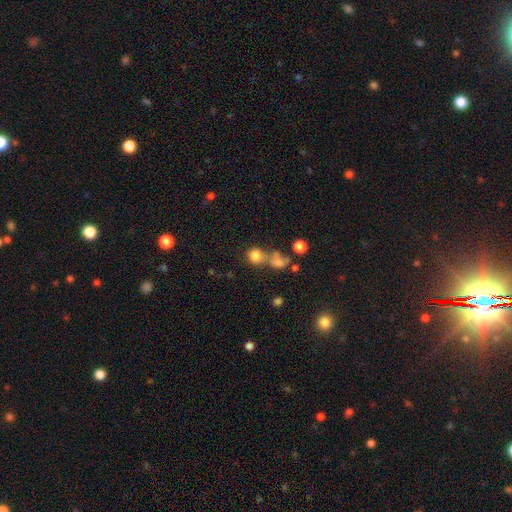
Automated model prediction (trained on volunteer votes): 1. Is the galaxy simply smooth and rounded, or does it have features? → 79% smooth, 13% star or artifact, 9% featured or disk.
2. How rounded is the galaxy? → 82% round, 16% in between, 1% cigar-shaped.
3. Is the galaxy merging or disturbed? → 47% none, 38% merger, 10% minor disturbance, 6% major disturbance.